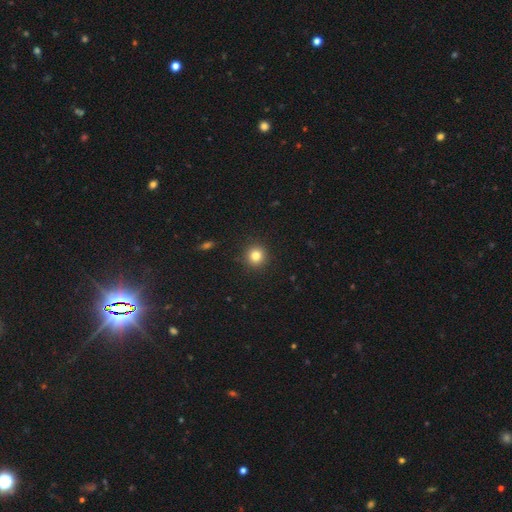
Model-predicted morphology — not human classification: Smooth or featured? smooth (82%)
How rounded? round (93%)
Merging? none (92%)